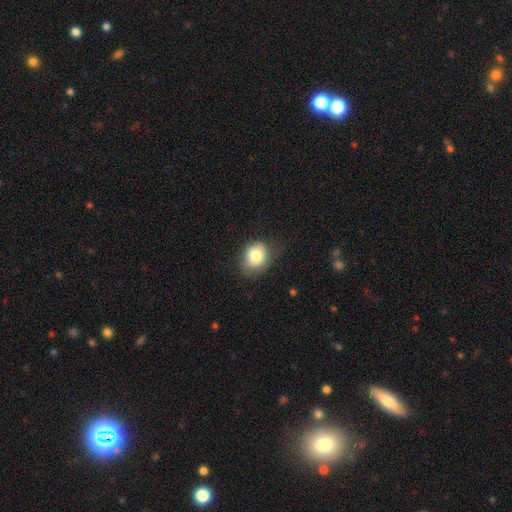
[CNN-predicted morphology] smooth 81%, featured or disk 10%, star or artifact 9%. Down the decision tree: how rounded — round (57%); merging — none (66%).